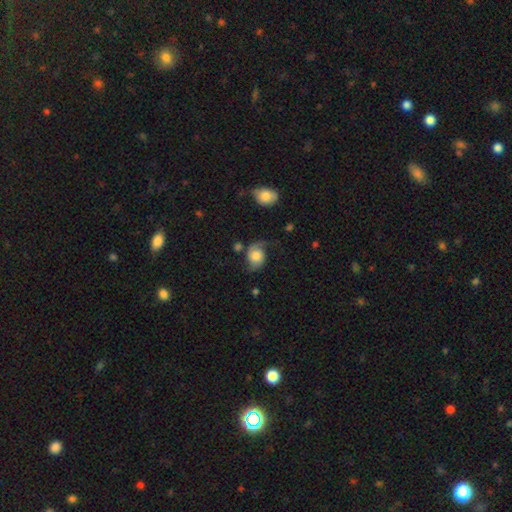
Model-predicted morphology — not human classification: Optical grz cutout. It shows a featured or disk galaxy (52%) with no bar (73%), spiral arms (88%) and a moderate central bulge (42%). Merging: none (51%).